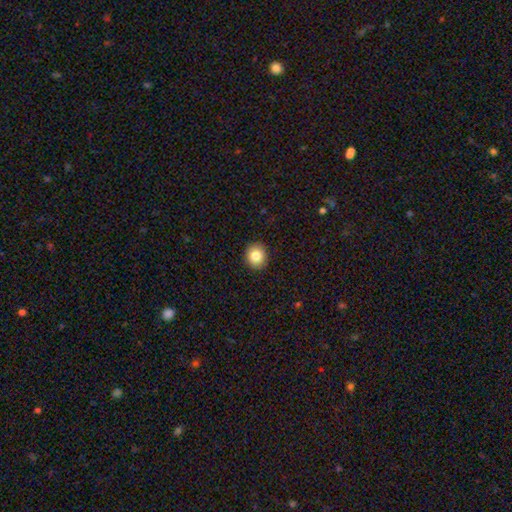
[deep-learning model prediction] Smooth or featured?
  - smooth: 83% *
  - star or artifact: 9%
  - featured or disk: 8%
How rounded?
  - round: 81% *
  - in between: 18%
  - cigar-shaped: 1%
Merging?
  - none: 92% *
  - minor disturbance: 6%
  - major disturbance: 2%
  - merger: 1%